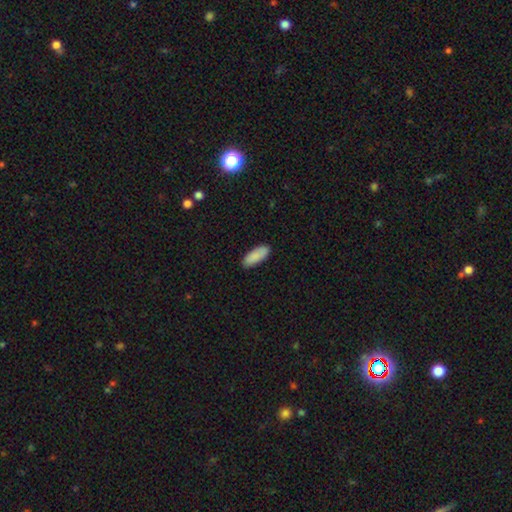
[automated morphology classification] This appears to be a smooth galaxy with no disk features (89%) that is in between round and cigar-shaped (74%). Merging: none (89%).